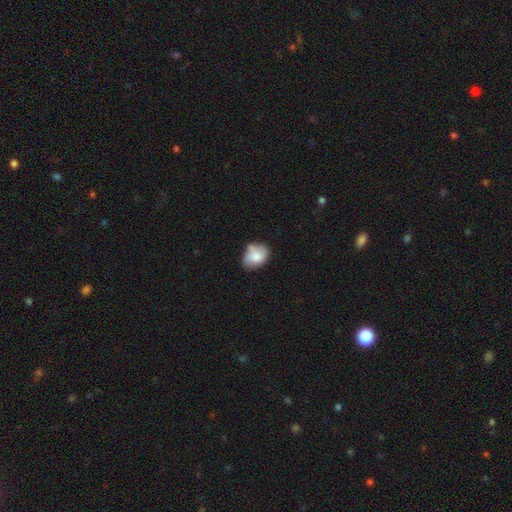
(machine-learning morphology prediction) smooth-or-featured: smooth: 71% | featured or disk: 21% | star or artifact: 8%
  how-rounded: in between: 65% | round: 34% | cigar-shaped: 1%
  merging: none: 44% | minor disturbance: 30% | merger: 16% | major disturbance: 10%